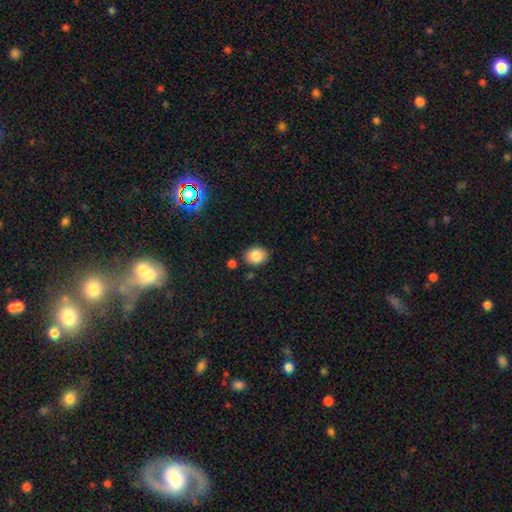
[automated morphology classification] Smooth or featured: smooth — 84% (star or artifact — 9%)
How rounded: round — 50% (in between — 49%)
Merging: none — 84% (minor disturbance — 10%)